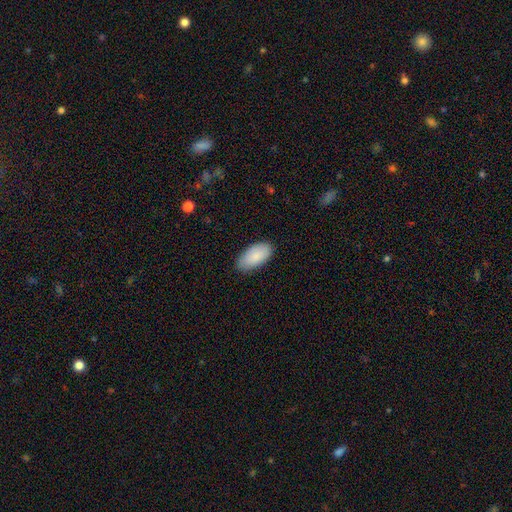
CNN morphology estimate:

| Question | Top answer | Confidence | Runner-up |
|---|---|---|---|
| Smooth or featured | smooth | 88% | featured or disk (7%) |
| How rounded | in between | 94% | cigar-shaped (4%) |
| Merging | none | 85% | minor disturbance (12%) |